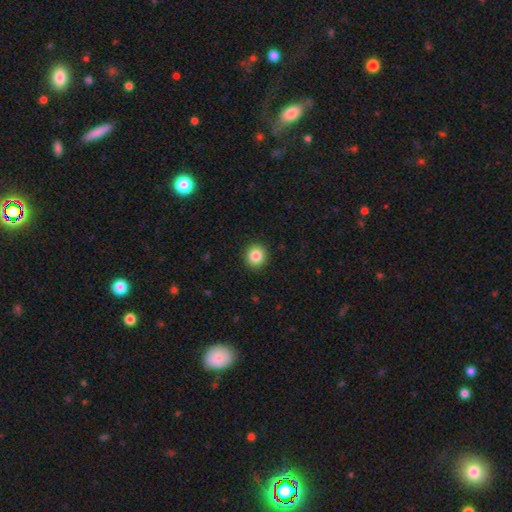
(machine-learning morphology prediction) Smooth or featured: smooth — 85% (star or artifact — 10%)
How rounded: round — 91% (in between — 8%)
Merging: none — 92% (minor disturbance — 5%)